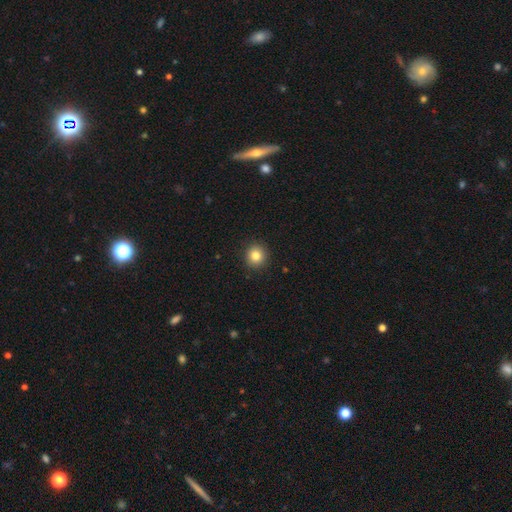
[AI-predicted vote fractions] A smooth galaxy with no disk features (83%) that is round (93%).

Vote fractions:
- Smooth or featured? smooth: 83% / star or artifact: 11% / featured or disk: 6%
- How rounded? round: 93% / in between: 7% / cigar-shaped: 1%
- Merging? none: 92% / minor disturbance: 6% / major disturbance: 2% / merger: 1%